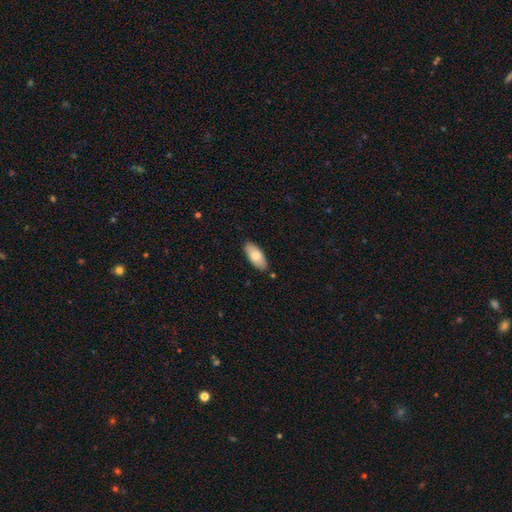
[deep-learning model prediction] Smooth or featured?
  - smooth: 78% *
  - featured or disk: 16%
  - star or artifact: 6%
How rounded?
  - in between: 88% *
  - cigar-shaped: 10%
  - round: 2%
Merging?
  - none: 86% *
  - minor disturbance: 11%
  - major disturbance: 2%
  - merger: 2%